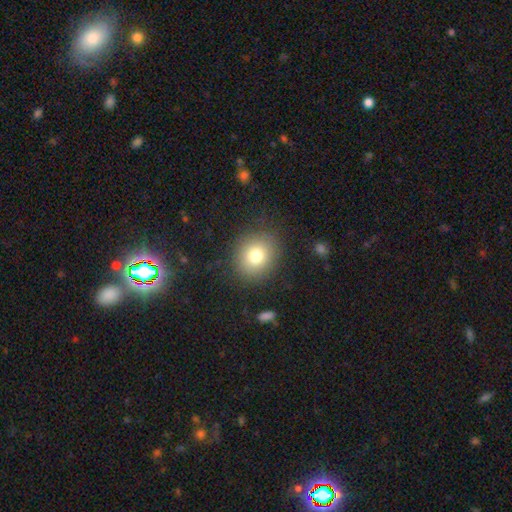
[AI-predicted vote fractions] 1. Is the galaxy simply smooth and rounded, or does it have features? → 78% smooth, 11% star or artifact, 11% featured or disk.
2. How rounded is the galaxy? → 75% round, 24% in between, 1% cigar-shaped.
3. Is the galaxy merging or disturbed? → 85% none, 9% minor disturbance, 4% major disturbance, 1% merger.